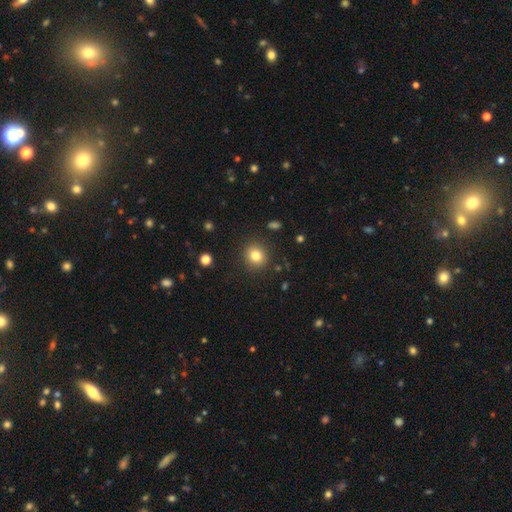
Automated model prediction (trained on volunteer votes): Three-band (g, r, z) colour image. It shows a smooth galaxy with no disk features (82%) that is round (84%). Merging: none (89%).